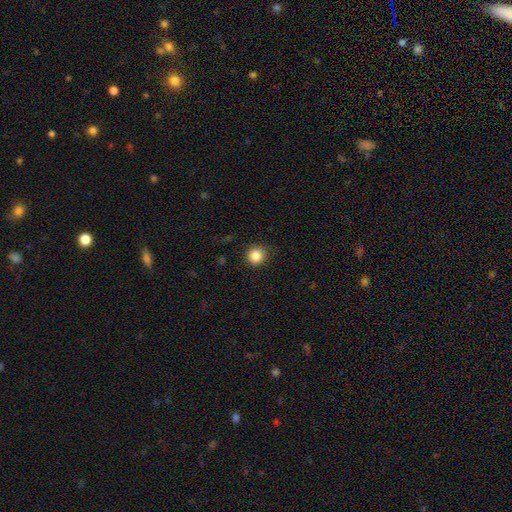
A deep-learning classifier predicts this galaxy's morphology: smooth_or_featured: smooth (p=0.86) [alt: star or artifact p=0.10]
how_rounded: round (p=0.92) [alt: in between p=0.07]
merging: none (p=0.87) [alt: minor disturbance p=0.09]